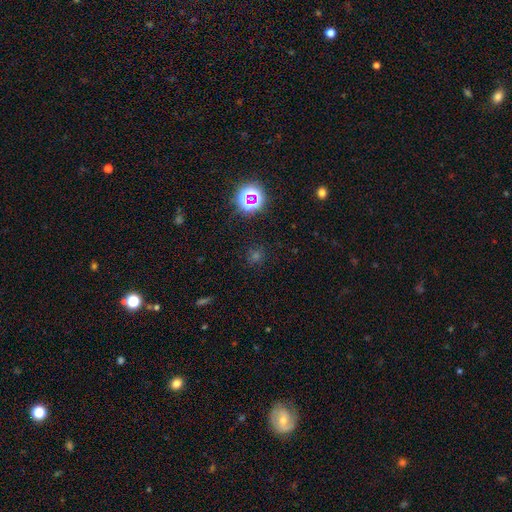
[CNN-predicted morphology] star or artifact 47%, smooth 46%, featured or disk 7%.